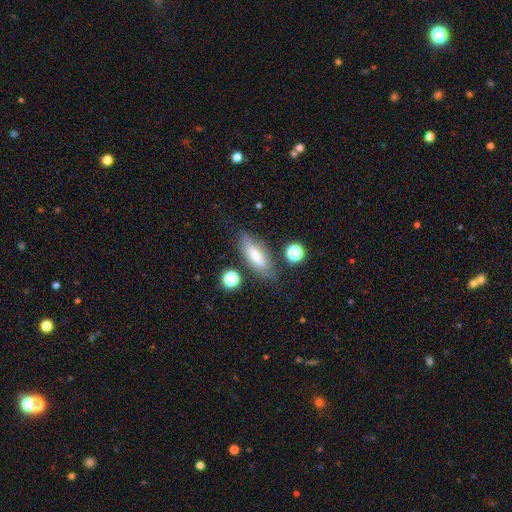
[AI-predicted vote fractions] Smooth or featured? Predicted: smooth (p=0.65). How rounded? Predicted: in between (p=0.53). Merging? Predicted: none (p=0.74).